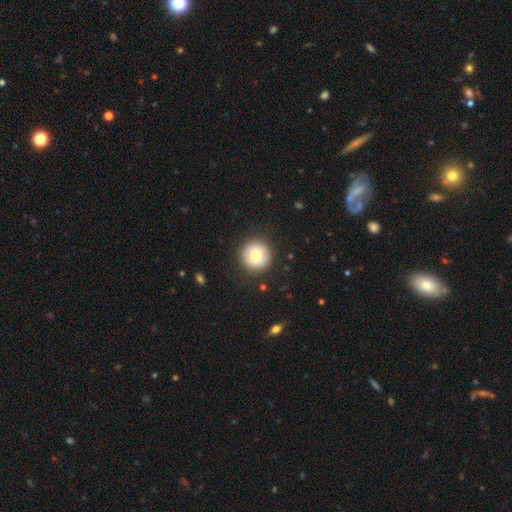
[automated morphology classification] smooth 70%, featured or disk 22%, star or artifact 8%. Down the decision tree: how rounded — round (95%); merging — none (88%).